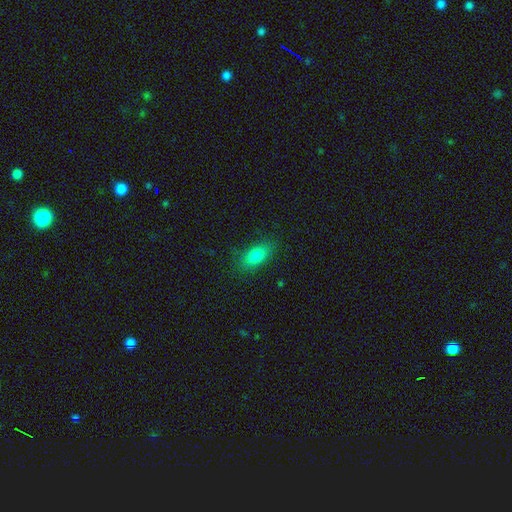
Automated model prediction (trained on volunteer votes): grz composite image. It shows a smooth galaxy with no disk features (82%) that is in between round and cigar-shaped (86%). Merging: none (82%).